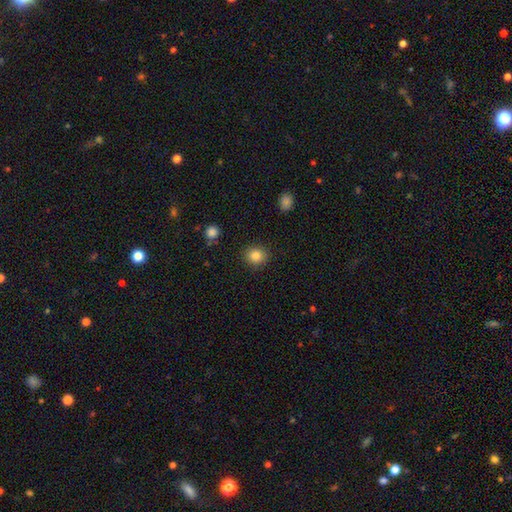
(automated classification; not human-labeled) Smooth or featured? Predicted: smooth (p=0.84). How rounded? Predicted: round (p=0.84). Merging? Predicted: none (p=0.89).